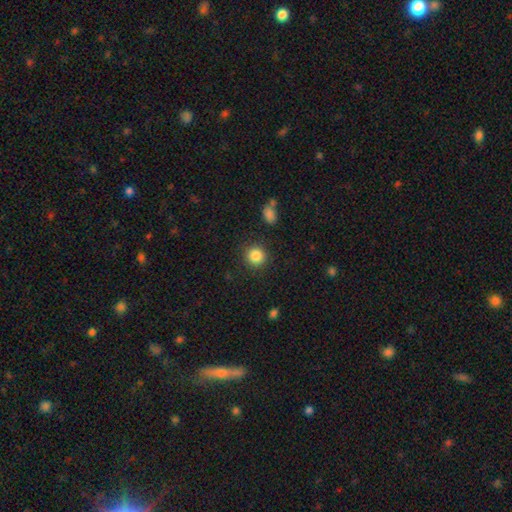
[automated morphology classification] A smooth galaxy with no disk features (86%) that is round (92%). Merging: none (89%).